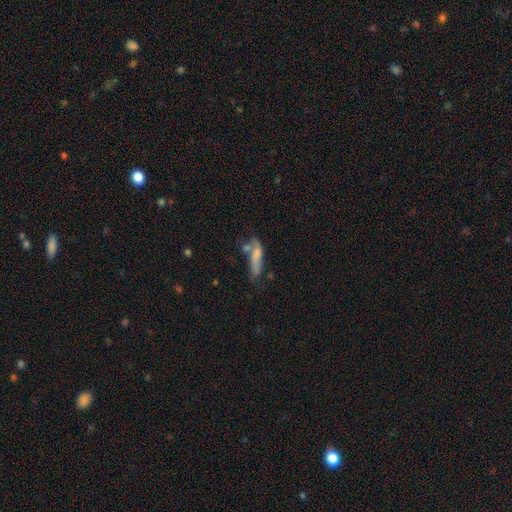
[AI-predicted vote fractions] Overall: smooth (66%). How rounded: cigar-shaped (67%; in between 30%). Merging: none (41%; minor disturbance 24%).